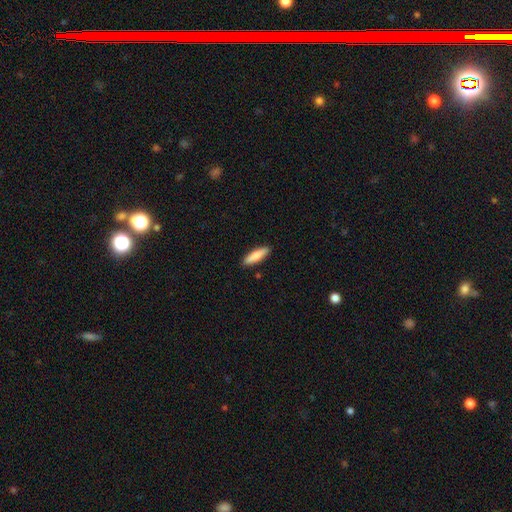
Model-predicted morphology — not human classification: Smooth or featured? smooth (80%)
How rounded? cigar-shaped (66%)
Merging? none (89%)